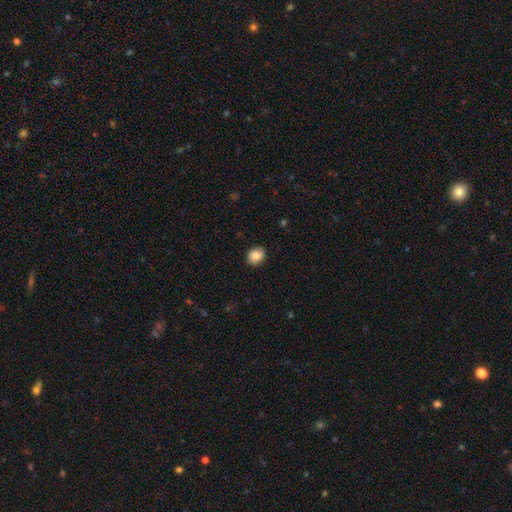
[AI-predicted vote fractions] Smooth or featured?
  - smooth: 84% *
  - star or artifact: 9%
  - featured or disk: 8%
How rounded?
  - round: 68% *
  - in between: 31%
  - cigar-shaped: 1%
Merging?
  - none: 84% *
  - minor disturbance: 13%
  - major disturbance: 2%
  - merger: 1%